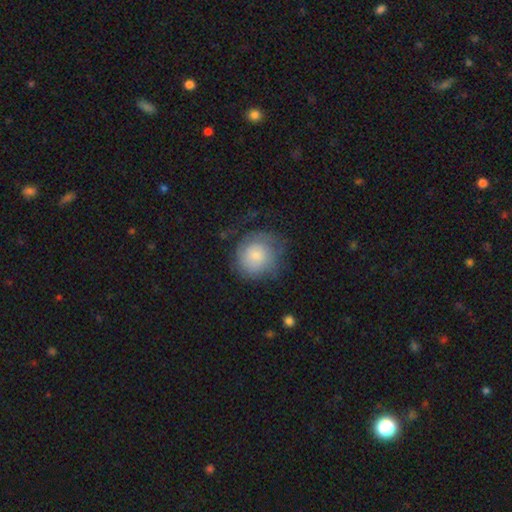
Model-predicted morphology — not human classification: Smooth or featured? Predicted: smooth (p=0.55). How rounded? Predicted: round (p=0.90). Merging? Predicted: none (p=0.59).